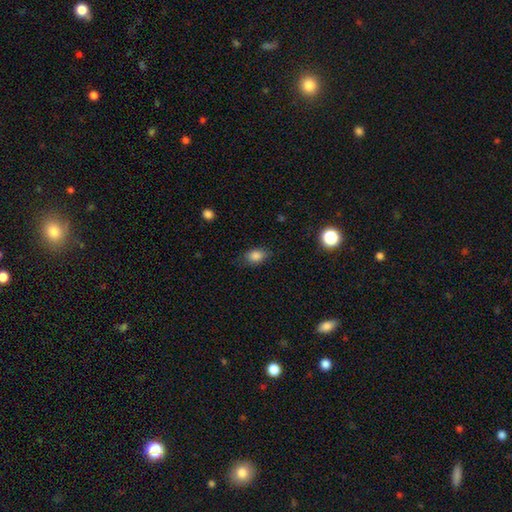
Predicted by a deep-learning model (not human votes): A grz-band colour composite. It shows a smooth galaxy with no disk features (85%) that is in between round and cigar-shaped (78%). Merging: none (79%).